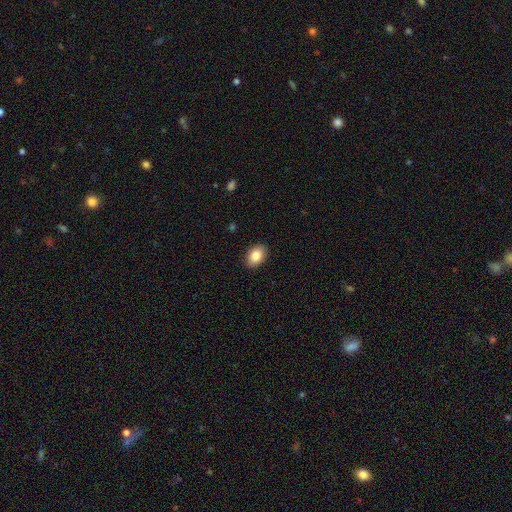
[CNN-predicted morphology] Overall: smooth (86%). How rounded: in between (84%). Merging: none (89%).